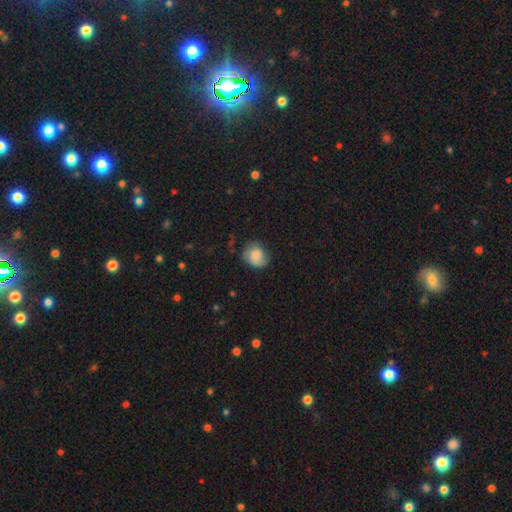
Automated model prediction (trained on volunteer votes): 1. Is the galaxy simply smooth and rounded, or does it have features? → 71% smooth, 21% featured or disk, 8% star or artifact.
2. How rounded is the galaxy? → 69% round, 30% in between, 1% cigar-shaped.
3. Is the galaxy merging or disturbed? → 63% none, 26% minor disturbance, 9% major disturbance, 2% merger.